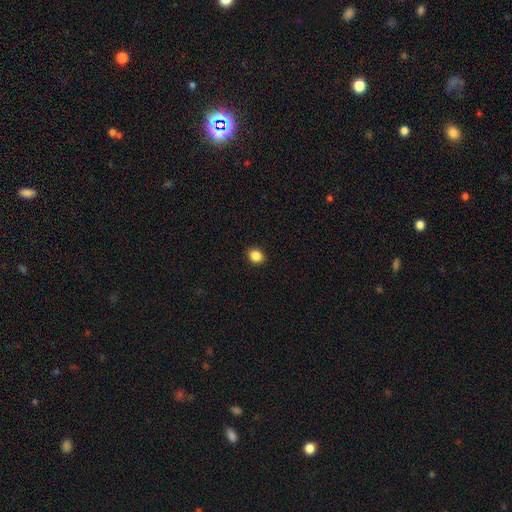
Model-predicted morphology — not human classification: A smooth galaxy with no disk features (86%) that is round (65%).

Vote fractions:
- Smooth or featured? smooth: 86% / star or artifact: 10% / featured or disk: 3%
- How rounded? round: 65% / in between: 34% / cigar-shaped: 1%
- Merging? none: 91% / minor disturbance: 6% / major disturbance: 2% / merger: 1%